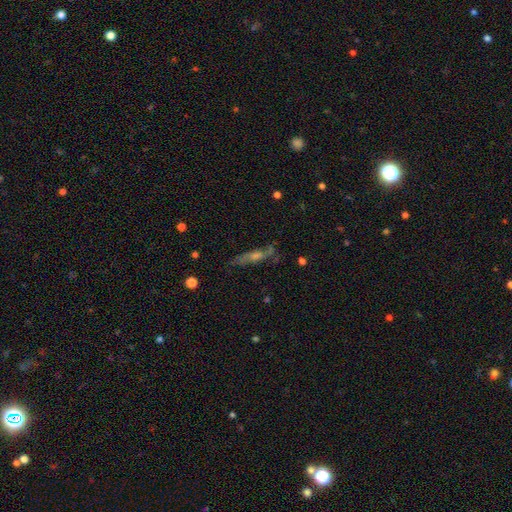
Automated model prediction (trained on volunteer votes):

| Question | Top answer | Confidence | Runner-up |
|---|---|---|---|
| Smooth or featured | featured or disk | 55% | smooth (29%) |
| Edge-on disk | yes | 69% | no (31%) |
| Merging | none | 67% | minor disturbance (19%) |